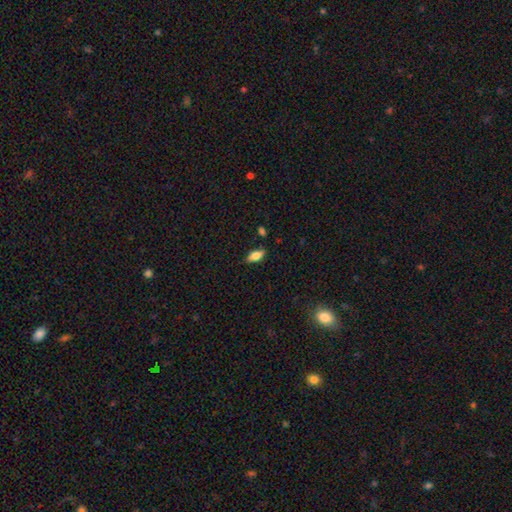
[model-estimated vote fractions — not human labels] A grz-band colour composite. It shows a smooth galaxy with no disk features (75%) that is in between round and cigar-shaped (83%). Merging: none (80%).